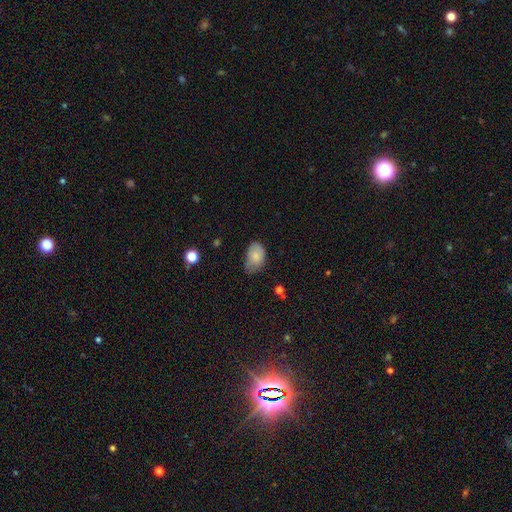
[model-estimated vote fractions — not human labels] smooth-or-featured: smooth: 81% | featured or disk: 11% | star or artifact: 8%
  how-rounded: in between: 86% | round: 13% | cigar-shaped: 1%
  merging: none: 46% | minor disturbance: 42% | major disturbance: 10% | merger: 2%